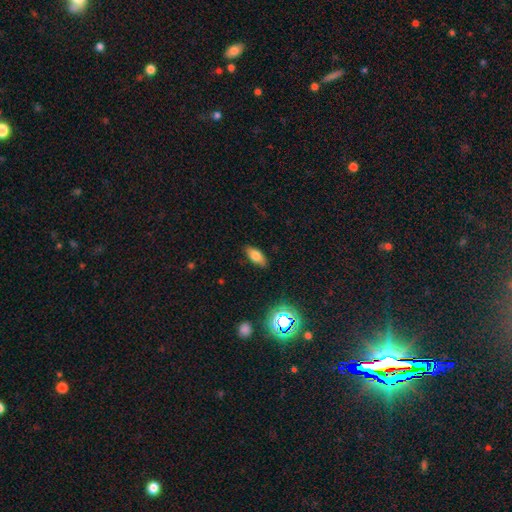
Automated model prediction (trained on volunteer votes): Q: Smooth or featured?
A: smooth (72%); runner-up: featured or disk (16%)
Q: How rounded?
A: in between (83%); runner-up: cigar-shaped (12%)
Q: Merging?
A: none (86%); runner-up: minor disturbance (10%)